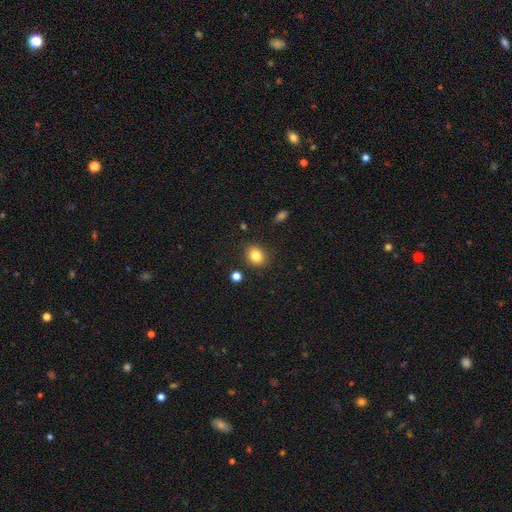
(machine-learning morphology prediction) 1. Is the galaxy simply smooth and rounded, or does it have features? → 81% smooth, 11% star or artifact, 8% featured or disk.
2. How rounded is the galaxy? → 60% round, 39% in between, 1% cigar-shaped.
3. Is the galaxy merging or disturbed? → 87% none, 9% minor disturbance, 2% major disturbance, 2% merger.